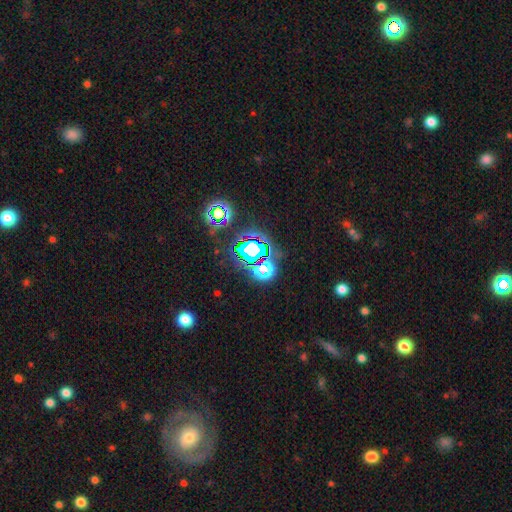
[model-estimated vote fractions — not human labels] This is likely a star or artifact rather than a galaxy (74%).